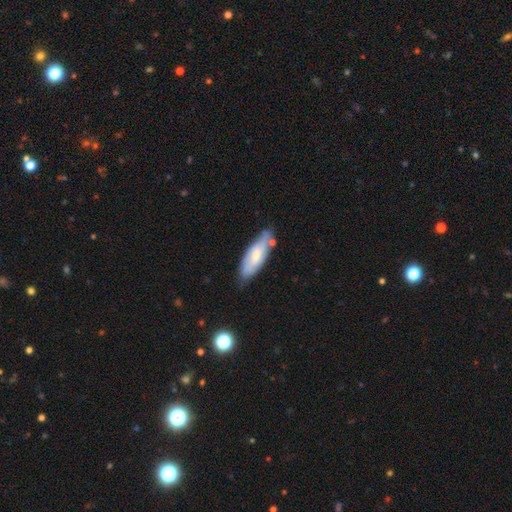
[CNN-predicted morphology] Smooth or featured: smooth — 51% (featured or disk — 43%)
How rounded: in between — 63% (cigar-shaped — 35%)
Merging: none — 67% (minor disturbance — 23%)